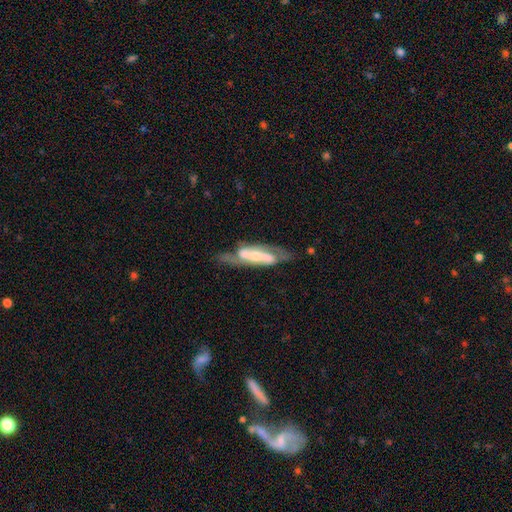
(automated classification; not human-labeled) Q: Smooth or featured?
A: featured or disk (77%); runner-up: smooth (18%)
Q: Edge-on disk?
A: no (78%); runner-up: yes (22%)
Q: Bar?
A: strong (56%); runner-up: weak (25%)
Q: Spiral arms?
A: yes (84%); runner-up: no (16%)
Q: Bulge size?
A: small (44%); runner-up: moderate (40%)
Q: Merging?
A: none (62%); runner-up: minor disturbance (21%)